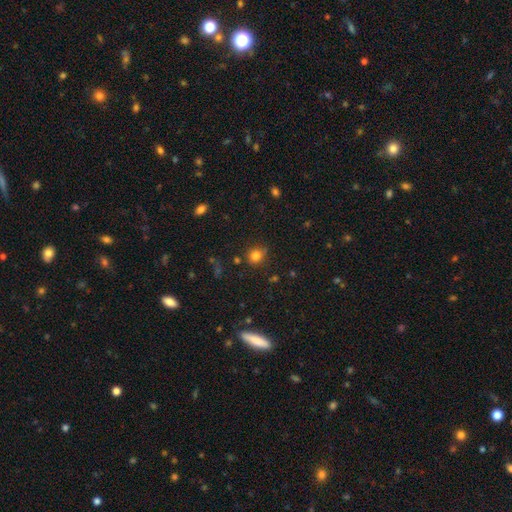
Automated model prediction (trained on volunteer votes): Smooth or featured: smooth — 81% (star or artifact — 14%)
How rounded: round — 84% (in between — 15%)
Merging: none — 79% (minor disturbance — 14%)